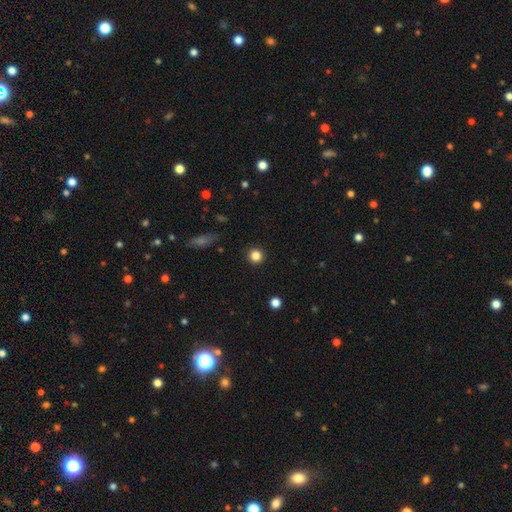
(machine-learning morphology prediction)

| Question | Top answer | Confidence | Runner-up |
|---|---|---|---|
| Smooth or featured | smooth | 84% | star or artifact (11%) |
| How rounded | round | 95% | in between (4%) |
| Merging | none | 92% | minor disturbance (5%) |